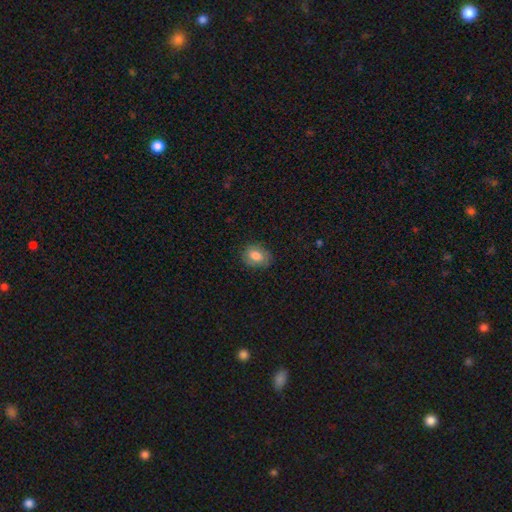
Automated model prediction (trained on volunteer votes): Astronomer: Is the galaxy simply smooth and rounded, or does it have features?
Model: smooth — 77%.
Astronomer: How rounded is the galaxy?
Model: in between — 63%.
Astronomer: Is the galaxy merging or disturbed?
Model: none — 79%.